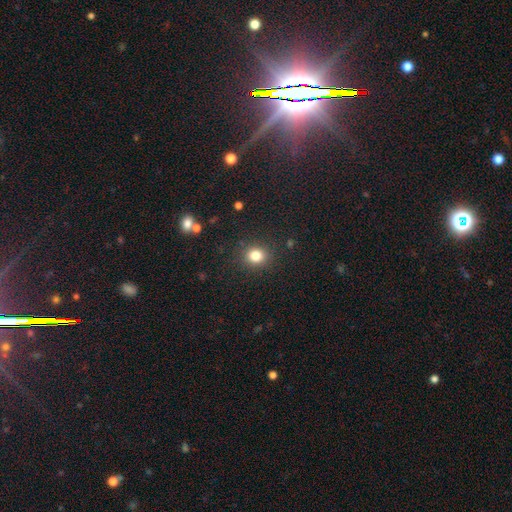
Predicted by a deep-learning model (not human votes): smooth_or_featured: smooth (p=0.82) [alt: star or artifact p=0.13]
how_rounded: round (p=0.80) [alt: in between p=0.19]
merging: none (p=0.87) [alt: minor disturbance p=0.08]